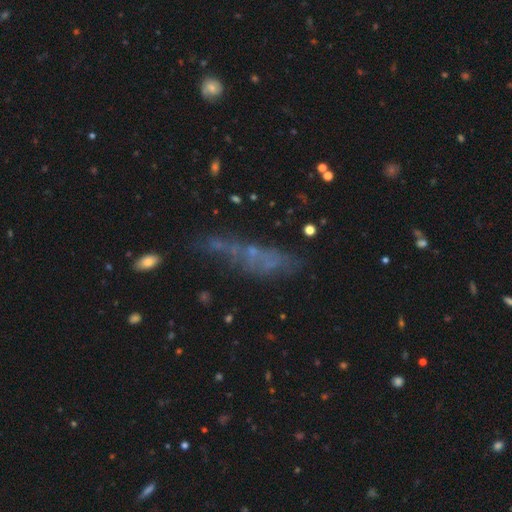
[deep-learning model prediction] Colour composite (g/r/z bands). It shows a smooth galaxy with no disk features (41%). Merging: none (45%).